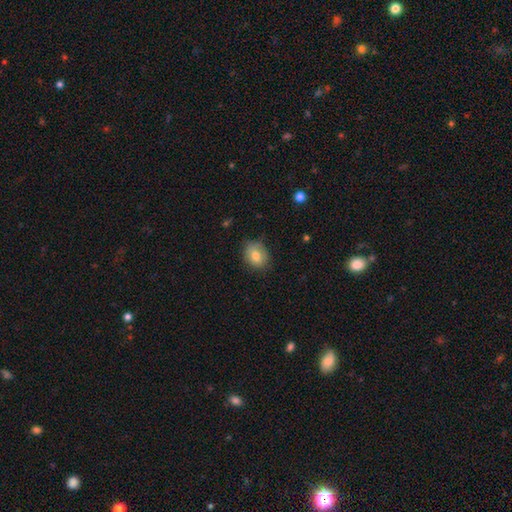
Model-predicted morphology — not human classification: This appears to be a smooth galaxy with no disk features (76%) that is in between round and cigar-shaped (51%). Merging: none (76%).